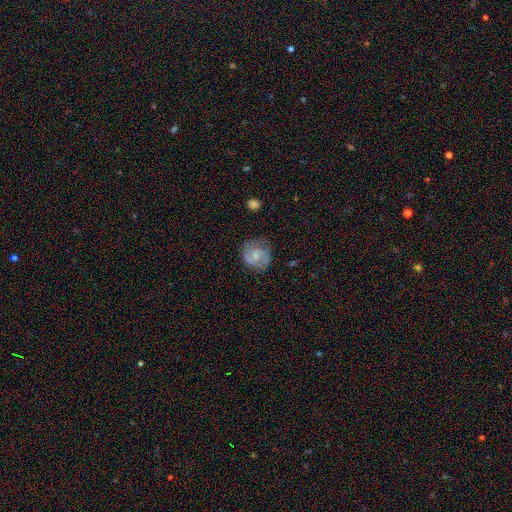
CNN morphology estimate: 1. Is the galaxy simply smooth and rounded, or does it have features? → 65% featured or disk, 28% smooth, 7% star or artifact.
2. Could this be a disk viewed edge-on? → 98% no, 2% yes.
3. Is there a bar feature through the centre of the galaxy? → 50% weak, 41% no, 9% strong.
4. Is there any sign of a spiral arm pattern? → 91% yes, 9% no.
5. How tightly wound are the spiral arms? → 50% medium, 30% tight, 19% loose.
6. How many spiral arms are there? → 83% 2, 9% can't tell, 3% 1, 2% 3, 1% 4, 1% more than 4.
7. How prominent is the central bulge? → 44% small, 28% moderate, 24% none, 3% large, 1% dominant.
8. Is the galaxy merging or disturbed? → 72% none, 19% minor disturbance, 7% major disturbance, 2% merger.